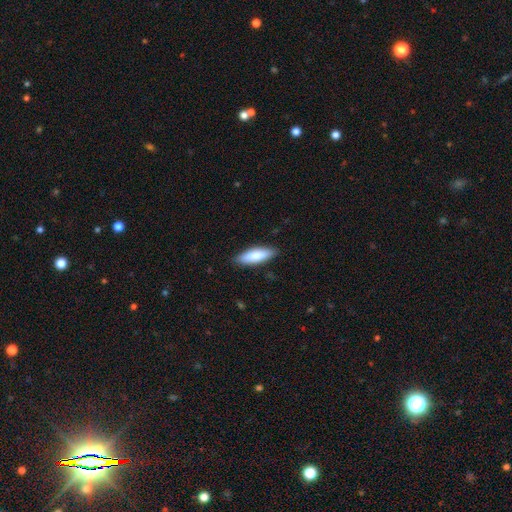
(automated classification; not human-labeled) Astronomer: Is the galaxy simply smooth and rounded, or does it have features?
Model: smooth — 81%.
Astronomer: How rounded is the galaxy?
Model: in between — 55% (runner-up: cigar-shaped, 44%).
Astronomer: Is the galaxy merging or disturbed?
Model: none — 87%.